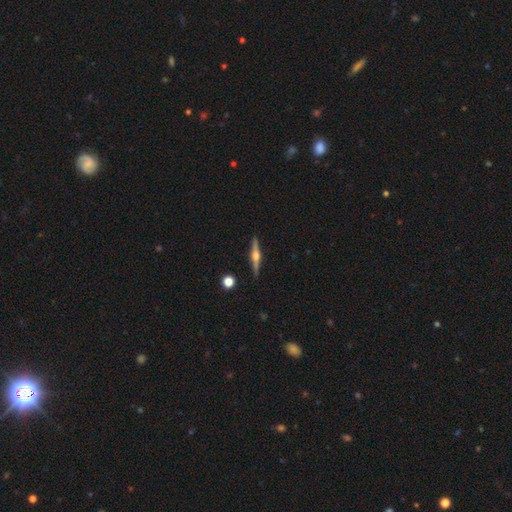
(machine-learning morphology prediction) type=featured or disk (78%); edge-on=yes (98%); edge-on bulge=rounded (94%); merging=none (91%).